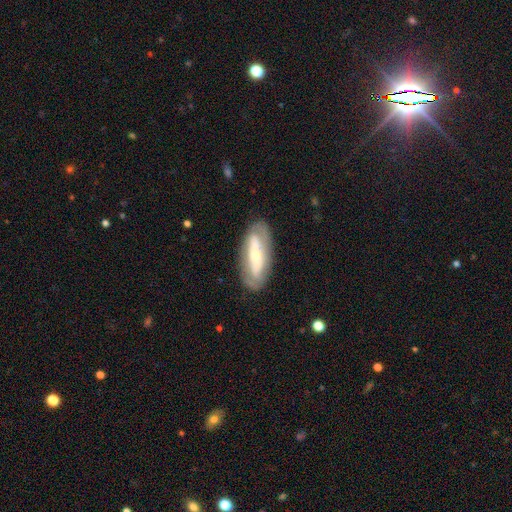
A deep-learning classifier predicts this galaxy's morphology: This is possibly a featured or disk galaxy (59%). It is likely not viewed edge-on (78%). Merging: clearly none (81%).